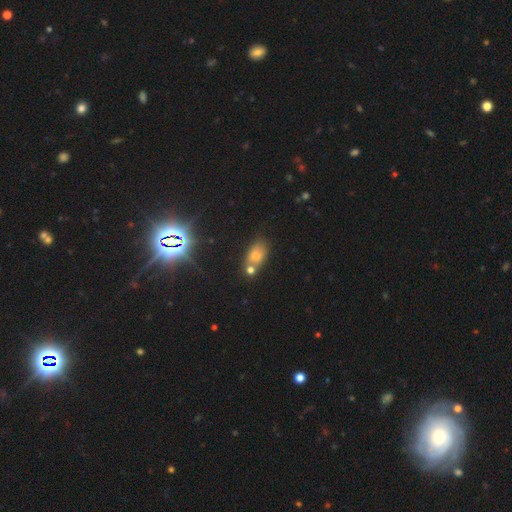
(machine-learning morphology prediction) A smooth galaxy with no disk features (60%) that is in between round and cigar-shaped (78%).

Vote fractions:
- Smooth or featured? smooth: 60% / star or artifact: 24% / featured or disk: 15%
- How rounded? in between: 78% / round: 18% / cigar-shaped: 3%
- Merging? none: 54% / merger: 30% / minor disturbance: 12% / major disturbance: 4%